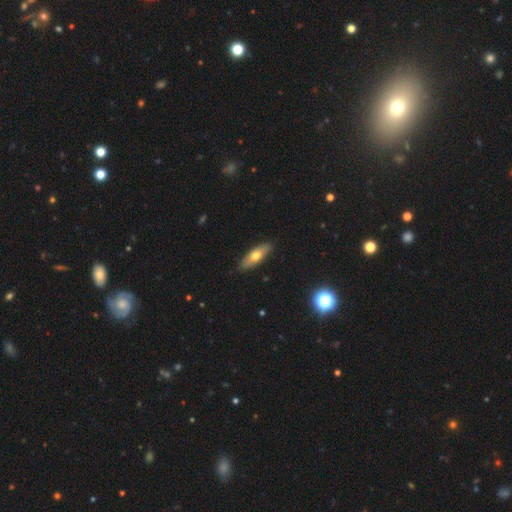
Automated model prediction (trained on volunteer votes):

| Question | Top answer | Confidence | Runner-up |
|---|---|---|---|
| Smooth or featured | smooth | 61% | featured or disk (33%) |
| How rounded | in between | 52% | cigar-shaped (45%) |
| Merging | none | 89% | minor disturbance (8%) |